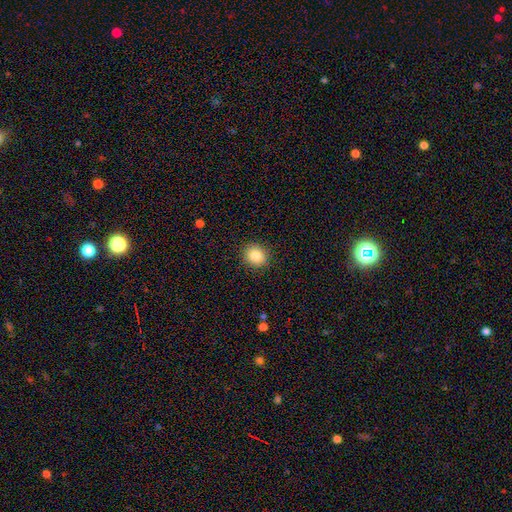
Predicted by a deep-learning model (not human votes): The model was most divided on "how rounded": round: 81%, in between: 18%, cigar-shaped: 1%. More confident: merging — none (89%); smooth or featured — smooth (86%).